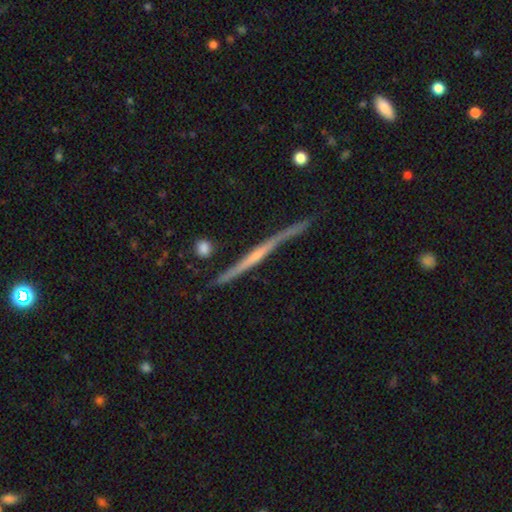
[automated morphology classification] This appears to be a featured or disk galaxy (73%) viewed edge-on (96%) with no central bulge (57%). Merging: none (75%).